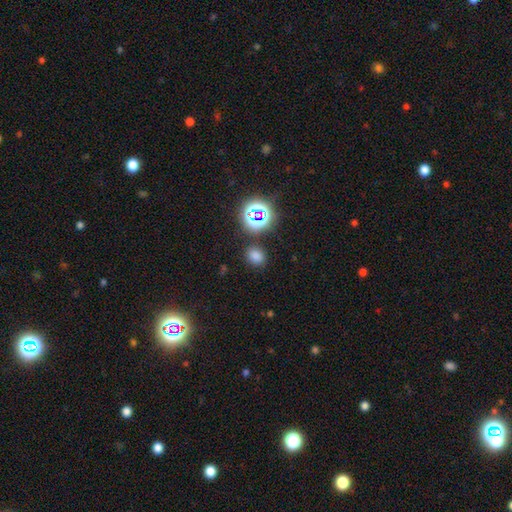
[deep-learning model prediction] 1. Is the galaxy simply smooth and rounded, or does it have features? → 69% smooth, 25% star or artifact, 6% featured or disk.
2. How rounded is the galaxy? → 55% round, 44% in between, 1% cigar-shaped.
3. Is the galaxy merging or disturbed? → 81% none, 10% minor disturbance, 4% merger, 4% major disturbance.